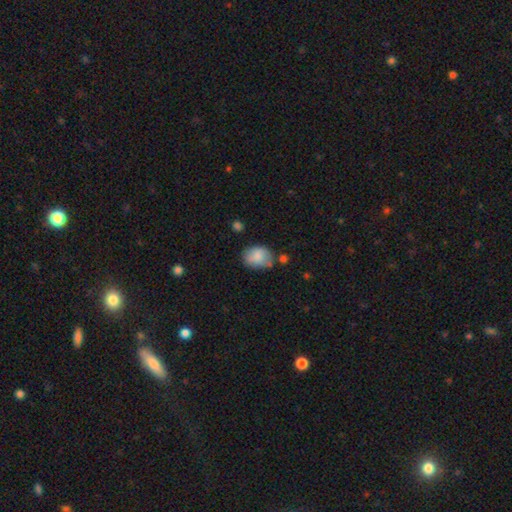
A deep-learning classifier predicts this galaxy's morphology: This is clearly a smooth galaxy (83%). How rounded: likely in between (70%). Merging: possibly none (60%).